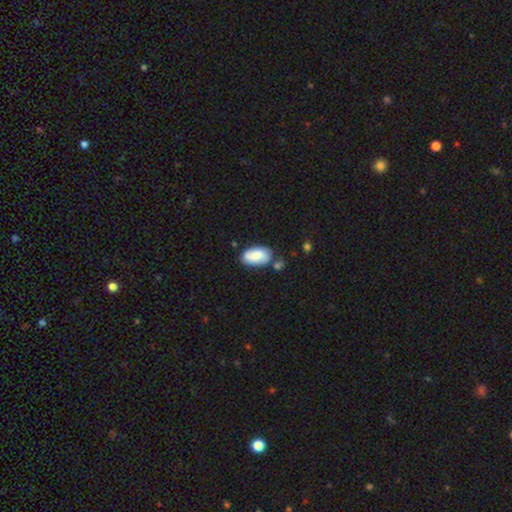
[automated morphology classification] type=smooth (70%); roundness=in between (94%); merging=none (66%).